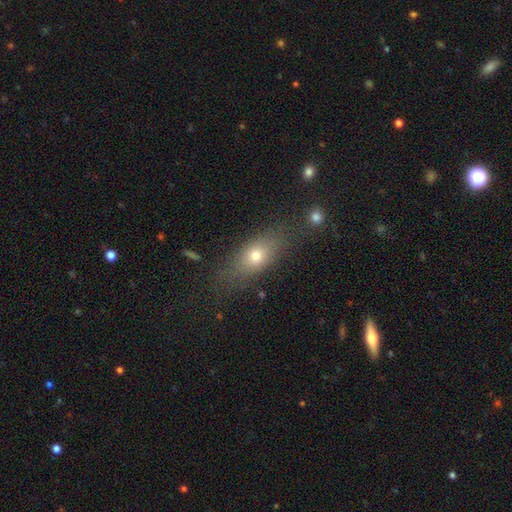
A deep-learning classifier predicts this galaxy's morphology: Smooth or featured?
  - smooth: 70% *
  - featured or disk: 18%
  - star or artifact: 12%
How rounded?
  - in between: 67% *
  - cigar-shaped: 18%
  - round: 14%
Merging?
  - none: 73% *
  - minor disturbance: 16%
  - major disturbance: 7%
  - merger: 4%